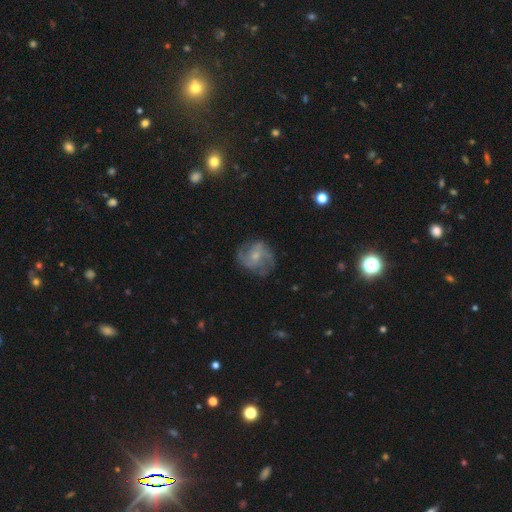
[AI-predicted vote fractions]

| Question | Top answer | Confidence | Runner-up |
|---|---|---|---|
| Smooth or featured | featured or disk | 71% | smooth (22%) |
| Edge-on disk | no | 98% | yes (2%) |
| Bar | no | 59% | weak (35%) |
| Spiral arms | yes | 88% | no (12%) |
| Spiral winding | medium | 48% | loose (26%) |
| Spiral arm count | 2 | 49% | can't tell (21%) |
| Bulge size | small | 60% | moderate (33%) |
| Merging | none | 69% | minor disturbance (20%) |